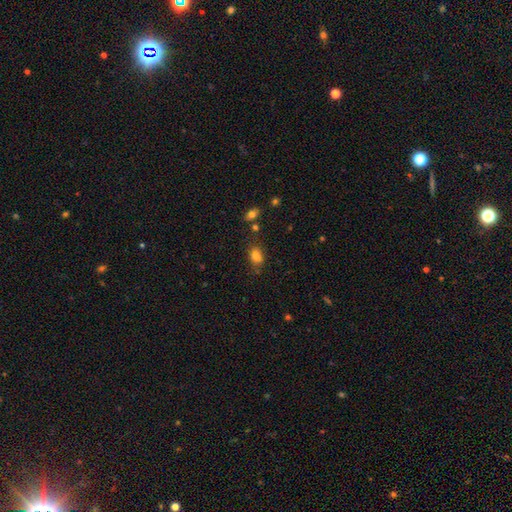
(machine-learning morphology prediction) smooth 80%, star or artifact 12%, featured or disk 8%. Down the decision tree: how rounded — in between (73%); merging — none (66%).